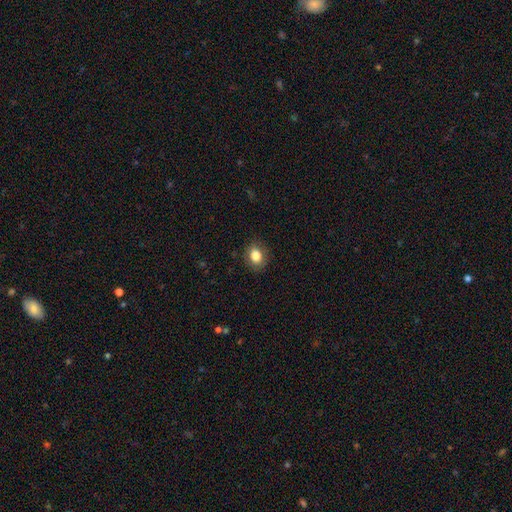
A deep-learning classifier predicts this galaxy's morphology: Smooth or featured: smooth — 83% (star or artifact — 9%)
How rounded: in between — 51% (round — 48%)
Merging: none — 85% (minor disturbance — 11%)